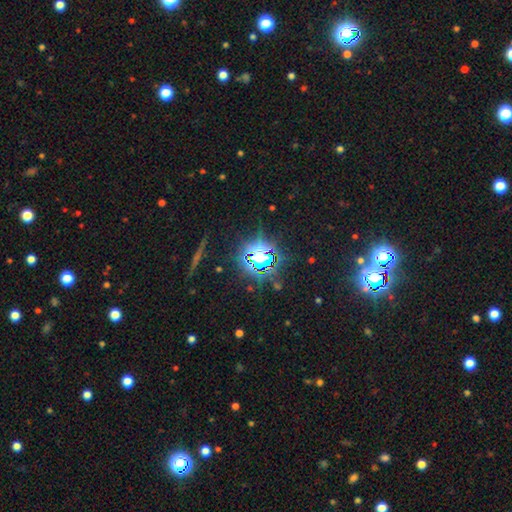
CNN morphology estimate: A star or artifact, not a galaxy (79%).

Vote fractions:
- Smooth or featured? star or artifact: 79% / smooth: 12% / featured or disk: 9%